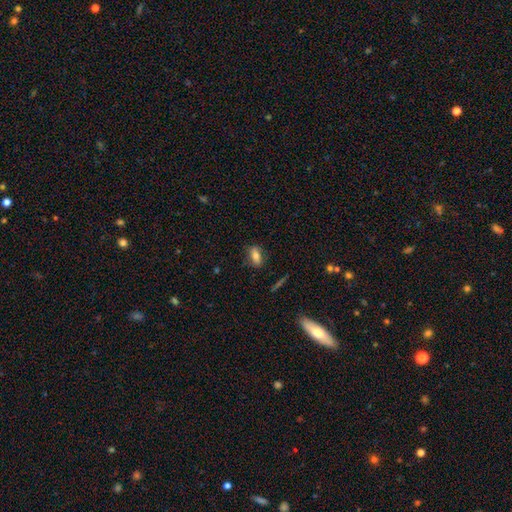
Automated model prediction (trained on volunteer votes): Morphology: type=smooth (71%); roundness=in between (80%); merging=none (81%).